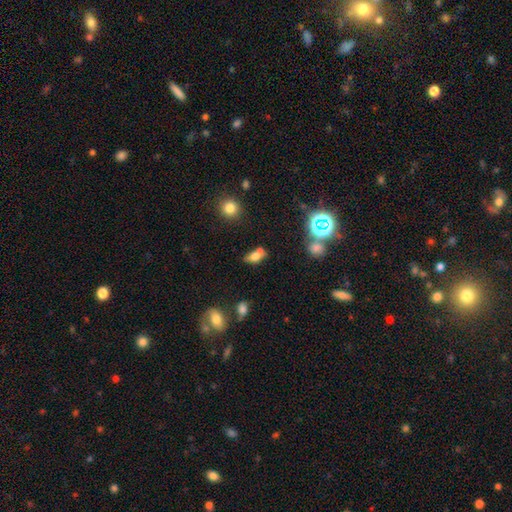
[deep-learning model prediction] Overall: smooth (67%). How rounded: in between (79%). Merging: none (42%; merger 37%).